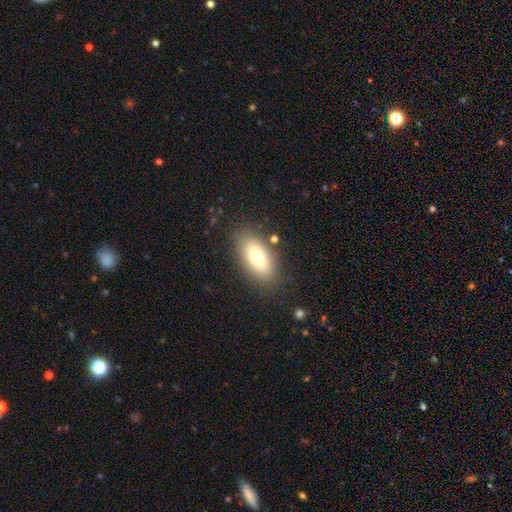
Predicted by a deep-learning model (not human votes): The model was most divided on "smooth or featured": smooth: 71%, featured or disk: 21%, star or artifact: 9%. More confident: how rounded — in between (88%); merging — none (84%).